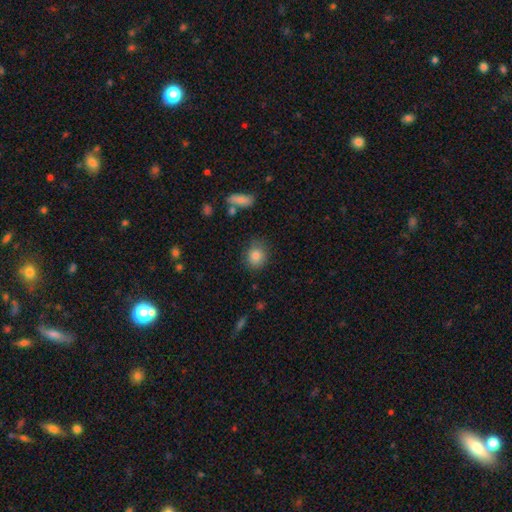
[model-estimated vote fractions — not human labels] This is clearly a smooth galaxy (84%). How rounded: likely round (71%). Merging: likely none (79%).